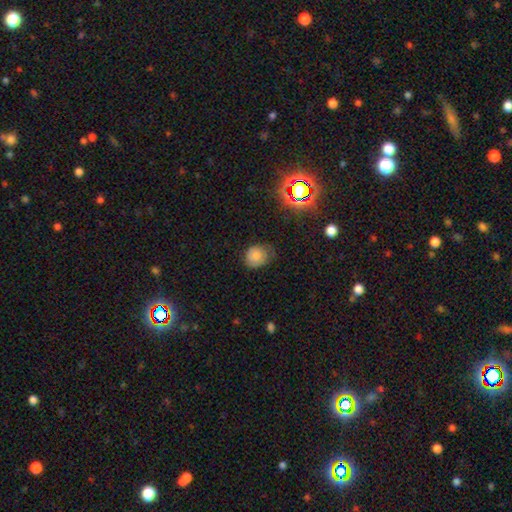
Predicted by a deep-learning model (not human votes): Q: Smooth or featured?
A: smooth (76%); runner-up: star or artifact (12%)
Q: How rounded?
A: round (68%); runner-up: in between (31%)
Q: Merging?
A: none (59%); runner-up: minor disturbance (32%)